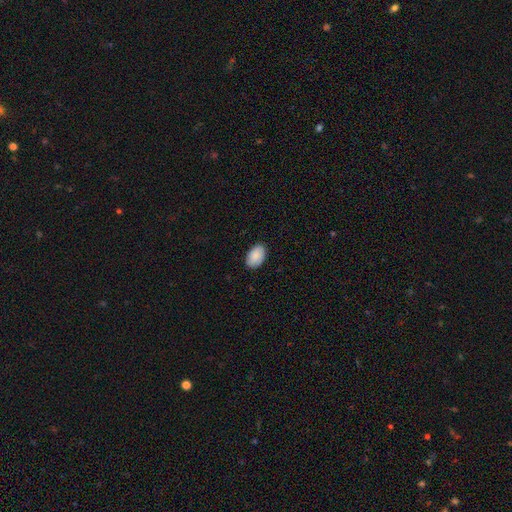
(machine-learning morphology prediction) This appears to be a smooth galaxy with no disk features (87%) that is in between round and cigar-shaped (92%). Merging: none (84%).